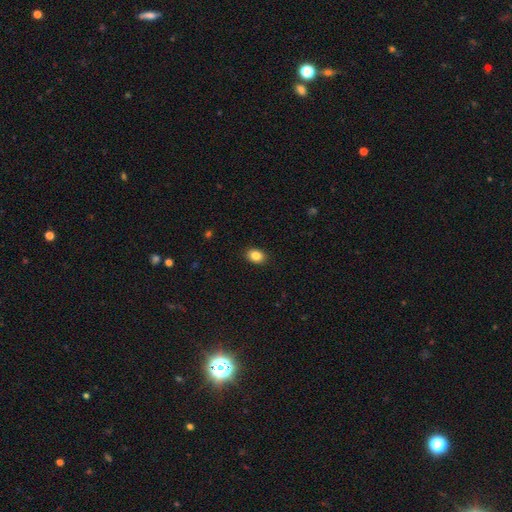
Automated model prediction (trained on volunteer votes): Morphology: type=smooth (86%); roundness=in between (71%); merging=none (90%).